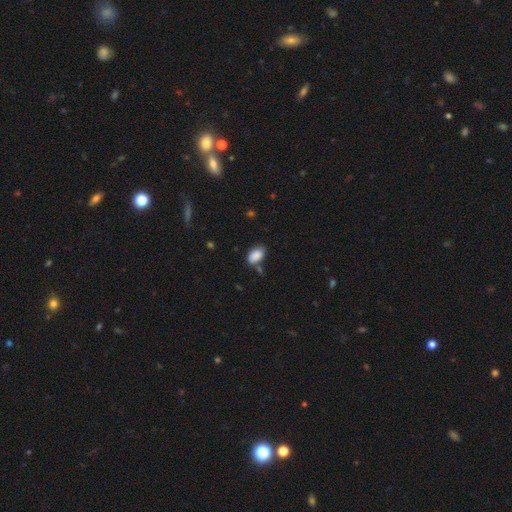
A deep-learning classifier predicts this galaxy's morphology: Smooth or featured? Predicted: smooth (p=0.88). How rounded? Predicted: in between (p=0.92). Merging? Predicted: none (p=0.66).